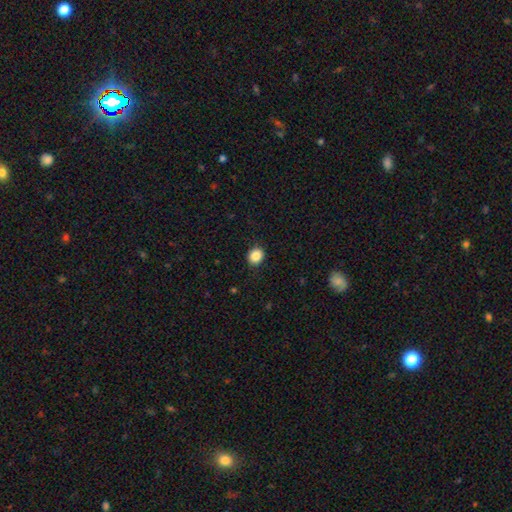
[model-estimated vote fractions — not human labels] Smooth or featured? Predicted: smooth (p=0.87). How rounded? Predicted: round (p=0.69). Merging? Predicted: none (p=0.90).